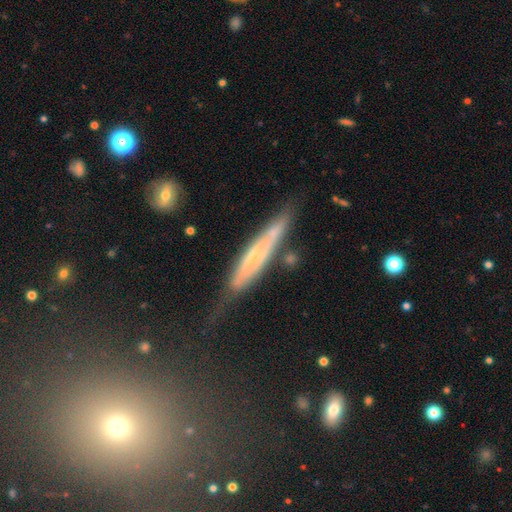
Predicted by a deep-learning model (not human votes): Overall: featured or disk (62%; smooth 30%). Edge-on disk: yes (70%; no 30%). Merging: none (58%; minor disturbance 27%).